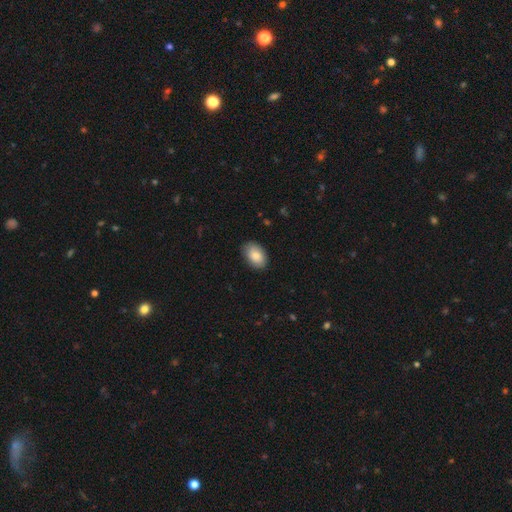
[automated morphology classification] The model was most divided on "merging": none: 82%, minor disturbance: 15%, major disturbance: 3%, merger: 1%. More confident: how rounded — in between (90%); smooth or featured — smooth (83%).